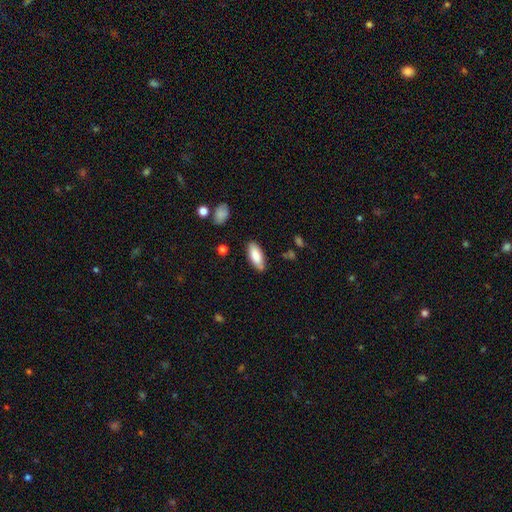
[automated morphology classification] type=smooth (82%); roundness=in between (81%); merging=none (83%).